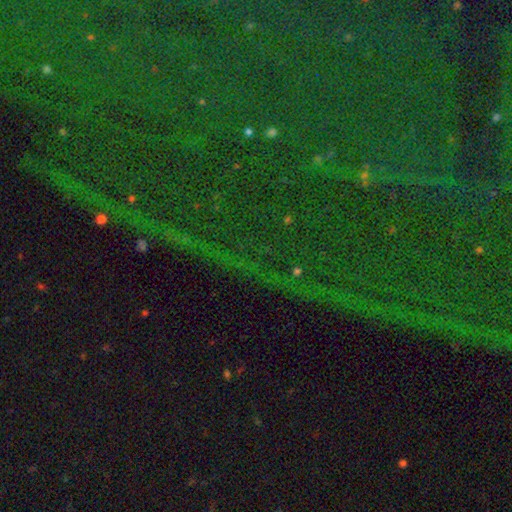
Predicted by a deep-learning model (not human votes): star or artifact 83%, featured or disk 9%, smooth 8%.